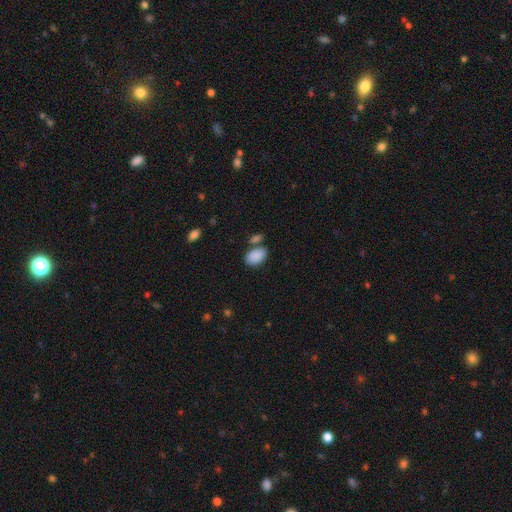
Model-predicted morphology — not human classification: The model was most divided on "merging": none: 65%, merger: 18%, minor disturbance: 13%, major disturbance: 4%. More confident: how rounded — in between (91%); smooth or featured — smooth (89%).